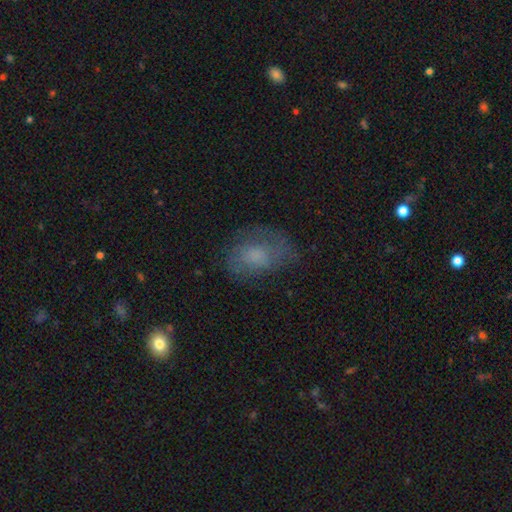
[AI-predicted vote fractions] Smooth or featured? smooth (54%)
How rounded? in between (80%)
Merging? none (54%)